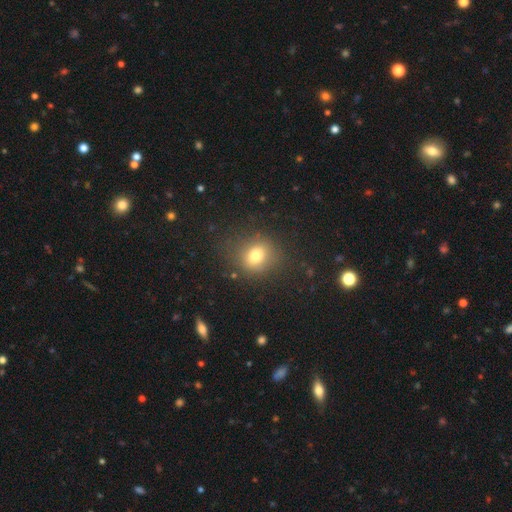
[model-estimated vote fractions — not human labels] Smooth or featured?
  - smooth: 76% *
  - star or artifact: 14%
  - featured or disk: 11%
How rounded?
  - round: 67% *
  - in between: 32%
  - cigar-shaped: 1%
Merging?
  - none: 79% *
  - minor disturbance: 13%
  - major disturbance: 6%
  - merger: 2%